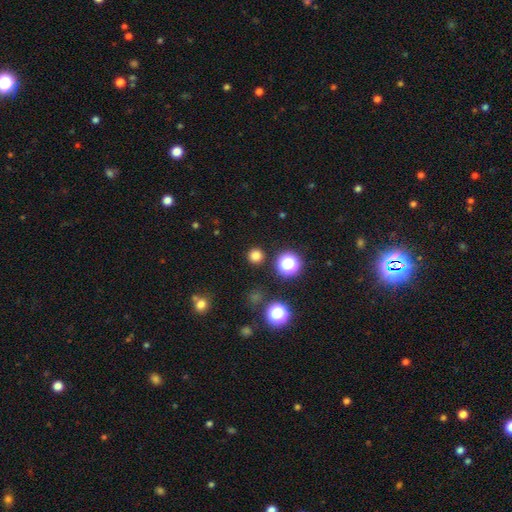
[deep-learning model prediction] A smooth galaxy with no disk features (76%) that is round (95%). Merging: none (91%).